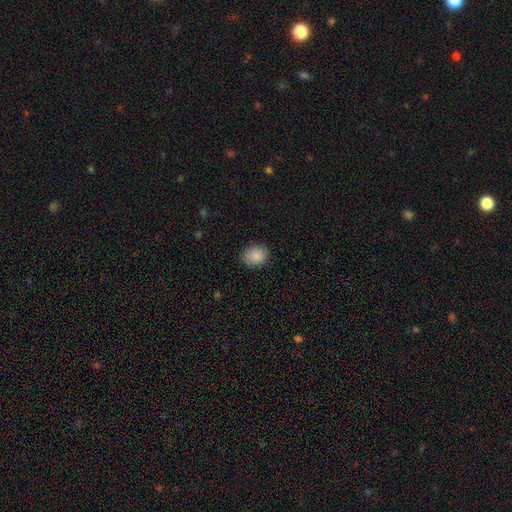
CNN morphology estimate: Q: Smooth or featured?
A: smooth (88%); runner-up: star or artifact (8%)
Q: How rounded?
A: in between (55%); runner-up: round (44%)
Q: Merging?
A: none (86%); runner-up: minor disturbance (10%)